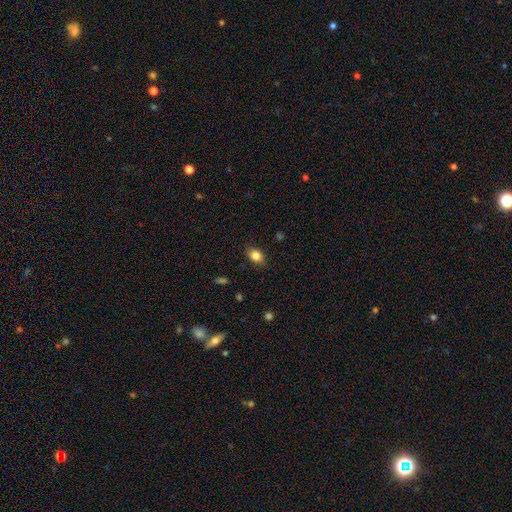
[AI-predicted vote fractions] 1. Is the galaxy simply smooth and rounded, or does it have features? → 84% smooth, 9% star or artifact, 7% featured or disk.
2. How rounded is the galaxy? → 73% in between, 26% round, 2% cigar-shaped.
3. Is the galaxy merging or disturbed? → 84% none, 12% minor disturbance, 3% major disturbance, 1% merger.